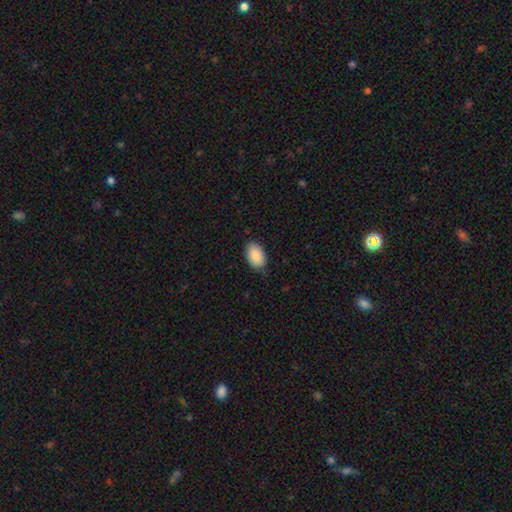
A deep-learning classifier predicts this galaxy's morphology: Smooth or featured? Predicted: smooth (p=0.89). How rounded? Predicted: in between (p=0.93). Merging? Predicted: none (p=0.80).